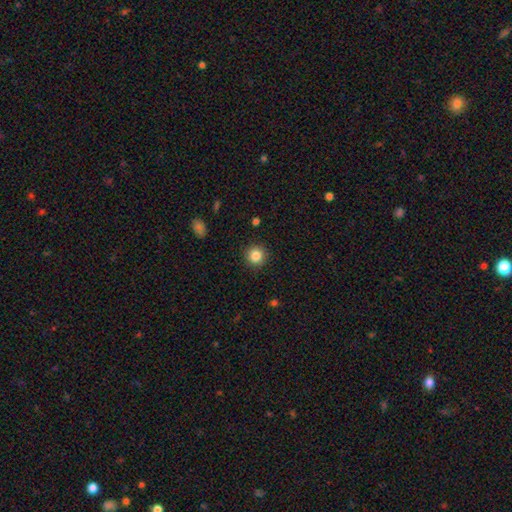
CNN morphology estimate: Smooth or featured?
  - smooth: 85% *
  - star or artifact: 10%
  - featured or disk: 5%
How rounded?
  - round: 94% *
  - in between: 5%
  - cigar-shaped: 1%
Merging?
  - none: 92% *
  - minor disturbance: 5%
  - major disturbance: 2%
  - merger: 1%